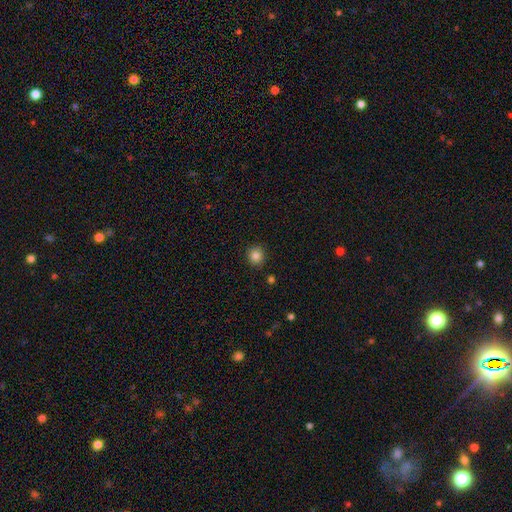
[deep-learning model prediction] Morphology: type=smooth (85%); roundness=round (89%); merging=none (90%).